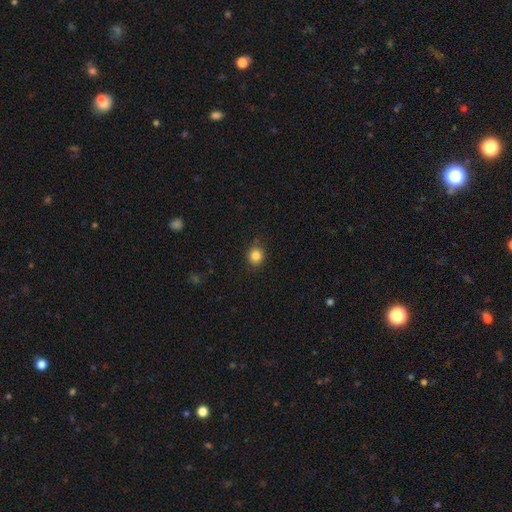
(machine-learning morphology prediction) smooth_or_featured: smooth (p=0.84) [alt: star or artifact p=0.11]
how_rounded: round (p=0.82) [alt: in between p=0.17]
merging: none (p=0.86) [alt: minor disturbance p=0.09]